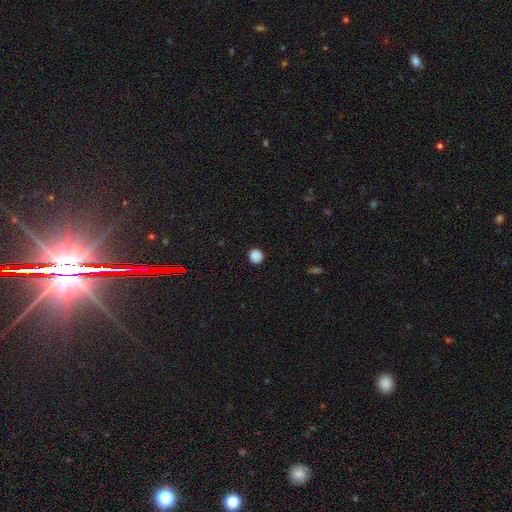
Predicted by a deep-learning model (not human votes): The model was most divided on "how rounded": round: 87%, in between: 12%, cigar-shaped: 1%. More confident: merging — none (91%); smooth or featured — smooth (87%).